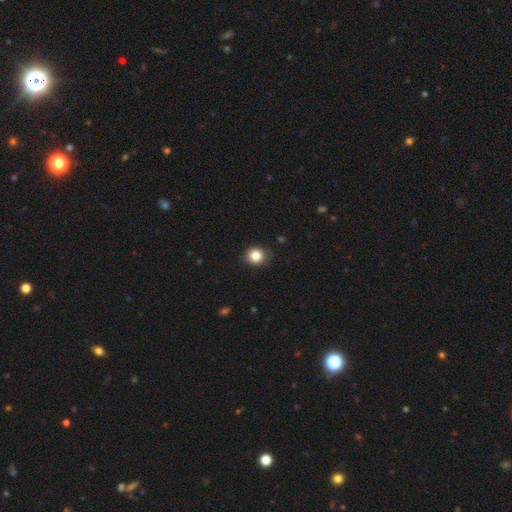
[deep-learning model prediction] A smooth galaxy with no disk features (84%) that is round (85%).

Vote fractions:
- Smooth or featured? smooth: 84% / star or artifact: 11% / featured or disk: 5%
- How rounded? round: 85% / in between: 14% / cigar-shaped: 1%
- Merging? none: 87% / minor disturbance: 10% / major disturbance: 2% / merger: 1%